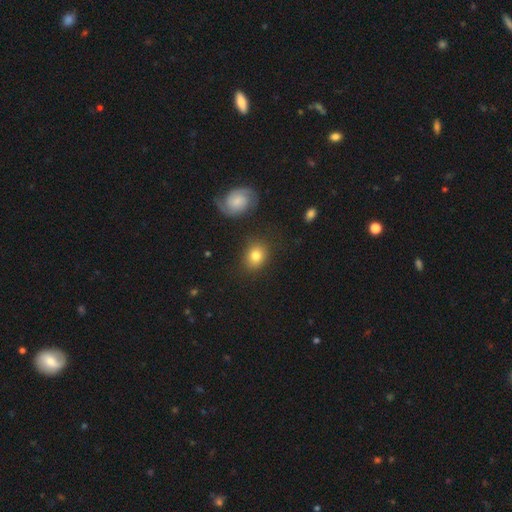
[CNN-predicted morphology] A smooth galaxy with no disk features (78%) that is round (53%).

Vote fractions:
- Smooth or featured? smooth: 78% / featured or disk: 13% / star or artifact: 9%
- How rounded? round: 53% / in between: 46% / cigar-shaped: 1%
- Merging? none: 81% / minor disturbance: 11% / major disturbance: 4% / merger: 4%